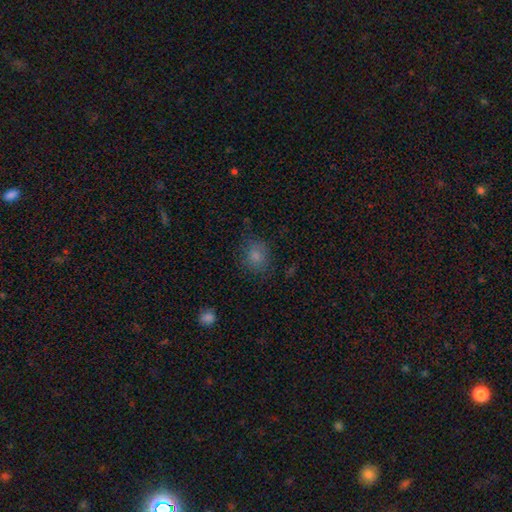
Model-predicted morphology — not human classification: A smooth galaxy with no disk features (79%) that is round (65%). Merging: none (75%).